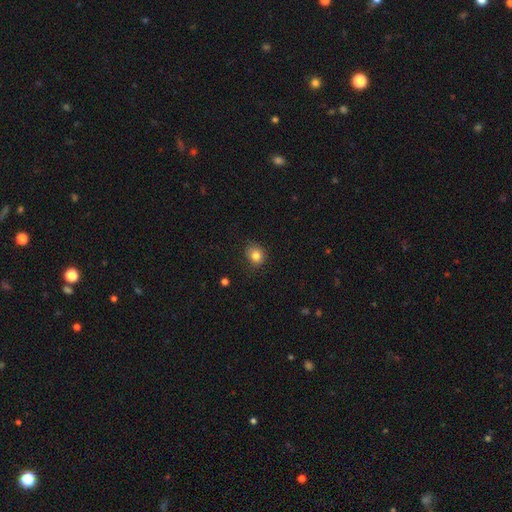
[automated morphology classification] smooth-or-featured: smooth: 81% | star or artifact: 12% | featured or disk: 7%
  how-rounded: round: 72% | in between: 27% | cigar-shaped: 1%
  merging: none: 80% | minor disturbance: 16% | major disturbance: 3% | merger: 1%